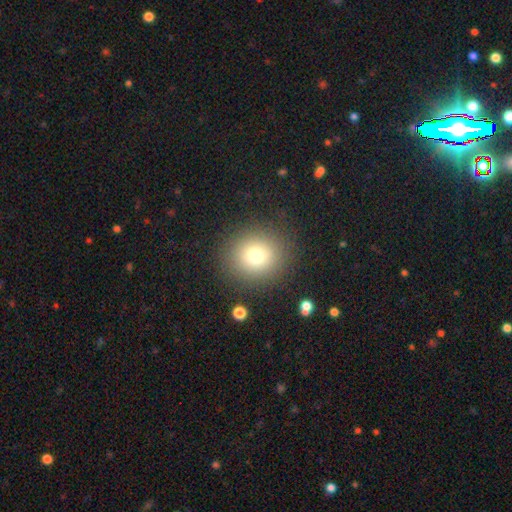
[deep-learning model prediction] smooth-or-featured: smooth: 75% | star or artifact: 14% | featured or disk: 11%
  how-rounded: round: 88% | in between: 11% | cigar-shaped: 1%
  merging: none: 87% | minor disturbance: 7% | major disturbance: 4% | merger: 2%